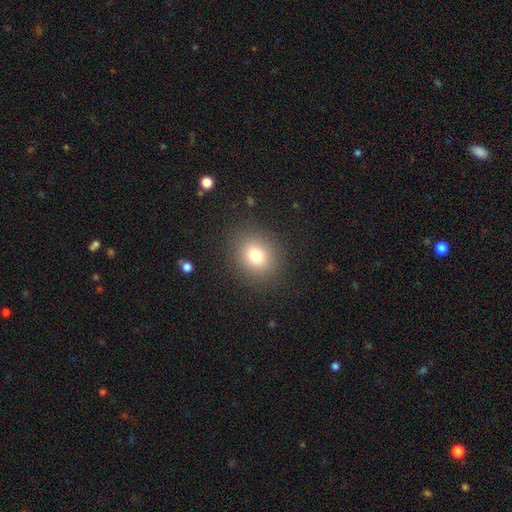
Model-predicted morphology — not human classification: smooth_or_featured: smooth (p=0.77) [alt: star or artifact p=0.13]
how_rounded: round (p=0.69) [alt: in between p=0.30]
merging: none (p=0.87) [alt: minor disturbance p=0.08]